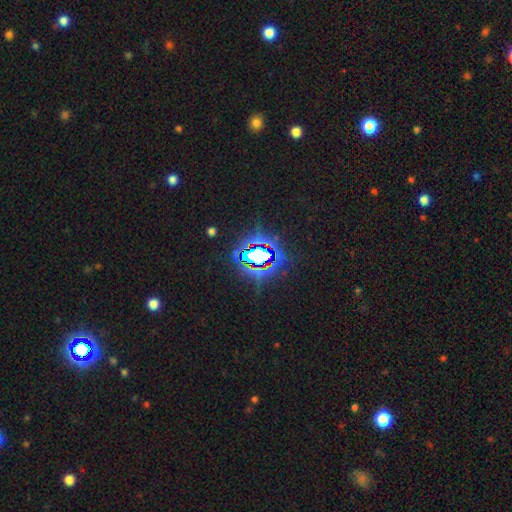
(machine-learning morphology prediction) Q: Smooth or featured?
A: star or artifact (82%); runner-up: smooth (11%)